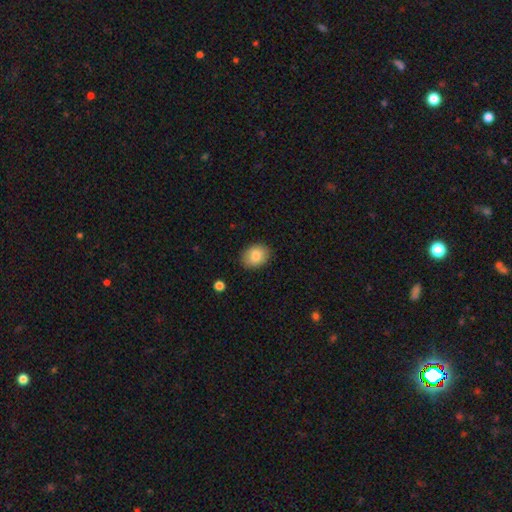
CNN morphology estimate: A smooth galaxy with no disk features (84%) that is in between round and cigar-shaped (56%).

Vote fractions:
- Smooth or featured? smooth: 84% / featured or disk: 8% / star or artifact: 8%
- How rounded? in between: 56% / round: 43% / cigar-shaped: 1%
- Merging? none: 86% / minor disturbance: 11% / major disturbance: 2% / merger: 1%